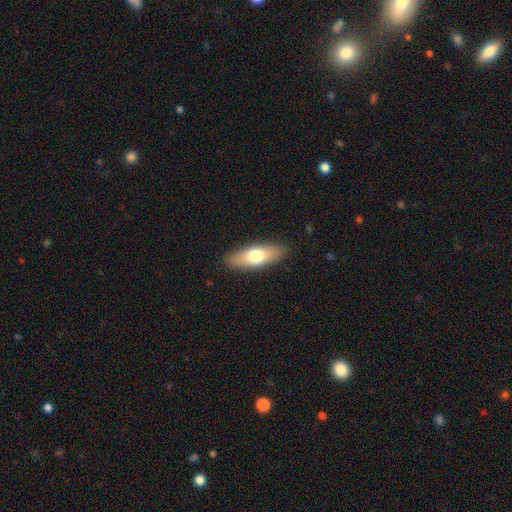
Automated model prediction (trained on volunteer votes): Morphology: type=smooth (67%); roundness=in between (60%); merging=none (89%).